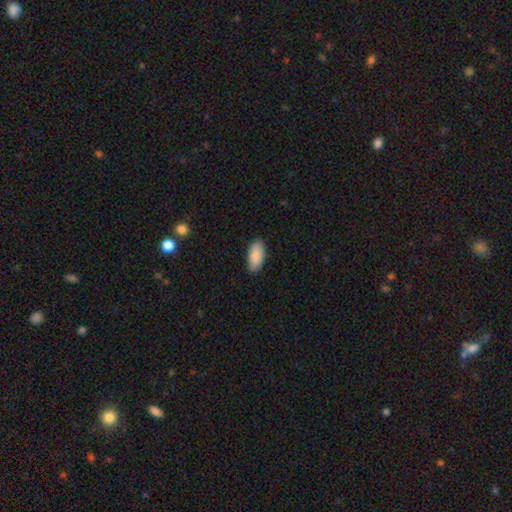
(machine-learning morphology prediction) A smooth galaxy with no disk features (90%) that is in between round and cigar-shaped (91%).

Vote fractions:
- Smooth or featured? smooth: 90% / star or artifact: 6% / featured or disk: 4%
- How rounded? in between: 91% / cigar-shaped: 7% / round: 2%
- Merging? none: 87% / minor disturbance: 10% / major disturbance: 2% / merger: 1%